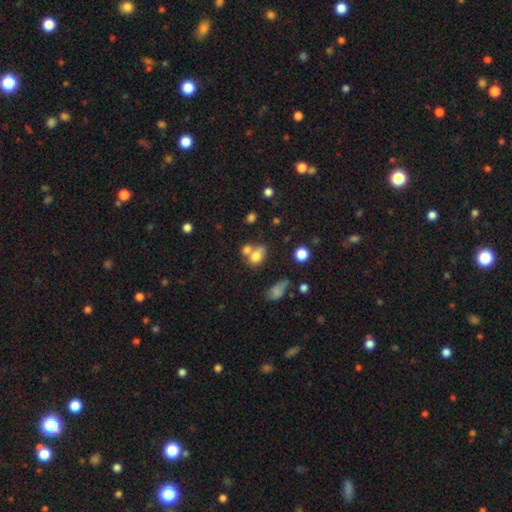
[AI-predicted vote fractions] Overall: smooth (73%). How rounded: in between (67%; round 31%). Merging: merger (46%; none 33%).